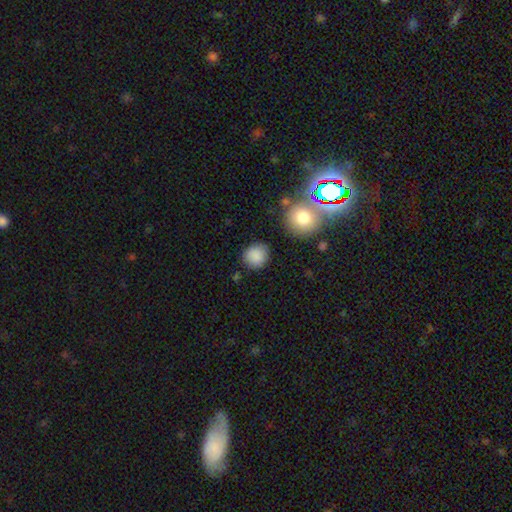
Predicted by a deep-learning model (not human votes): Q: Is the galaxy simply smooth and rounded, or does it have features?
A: smooth — 86%.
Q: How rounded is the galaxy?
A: round — 88%.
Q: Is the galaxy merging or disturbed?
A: none — 83%.